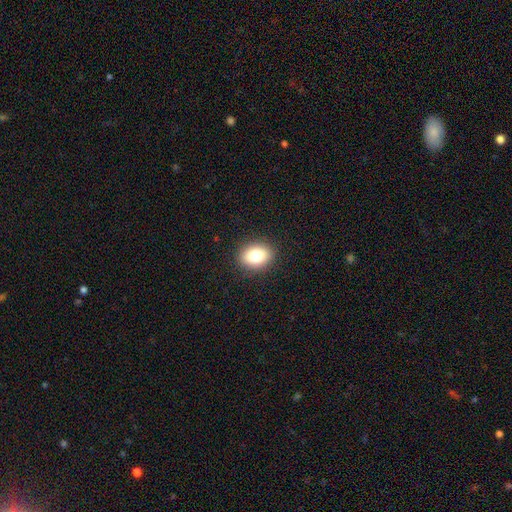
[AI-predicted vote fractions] Smooth or featured?
  - smooth: 81% *
  - star or artifact: 10%
  - featured or disk: 9%
How rounded?
  - in between: 62% *
  - round: 37%
  - cigar-shaped: 1%
Merging?
  - none: 89% *
  - minor disturbance: 8%
  - major disturbance: 2%
  - merger: 1%